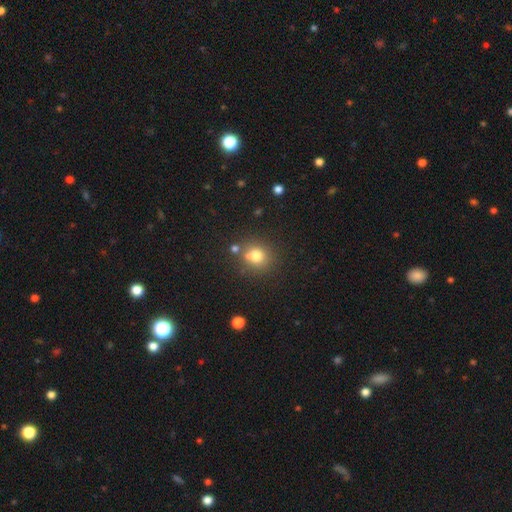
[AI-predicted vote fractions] smooth_or_featured: smooth (p=0.75) [alt: star or artifact p=0.14]
how_rounded: round (p=0.84) [alt: in between p=0.15]
merging: none (p=0.67) [alt: merger p=0.18]